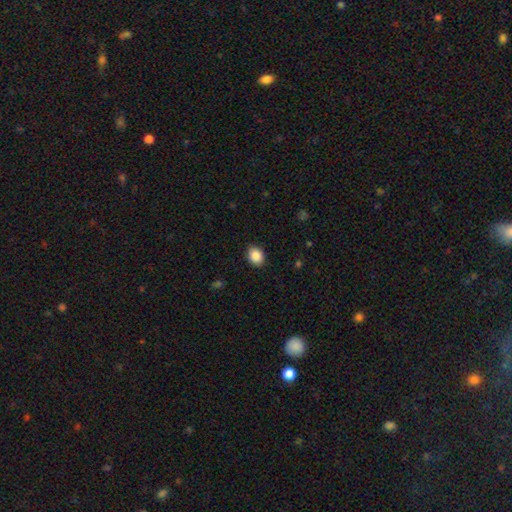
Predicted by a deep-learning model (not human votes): This is clearly a smooth galaxy (88%). How rounded: possibly in between (53%). Merging: clearly none (89%).